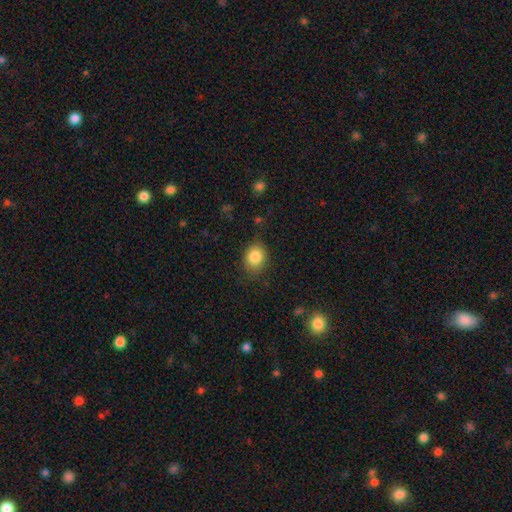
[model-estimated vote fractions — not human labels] smooth-or-featured: smooth: 85% | star or artifact: 9% | featured or disk: 6%
  how-rounded: round: 53% | in between: 46% | cigar-shaped: 1%
  merging: none: 82% | minor disturbance: 13% | major disturbance: 4% | merger: 1%